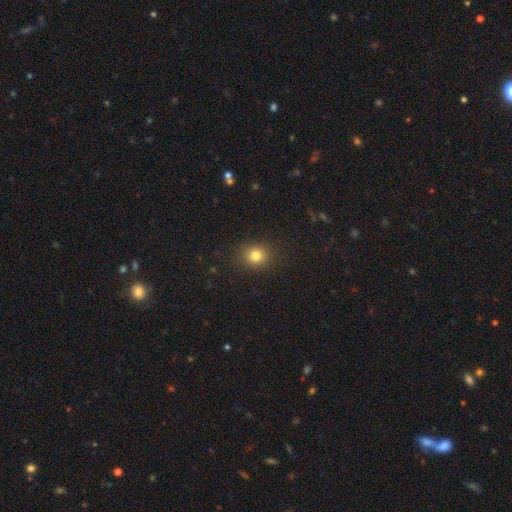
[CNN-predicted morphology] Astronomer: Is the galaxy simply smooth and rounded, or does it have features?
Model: smooth — 80%.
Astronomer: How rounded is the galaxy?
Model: round — 78%.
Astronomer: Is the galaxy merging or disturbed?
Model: none — 88%.